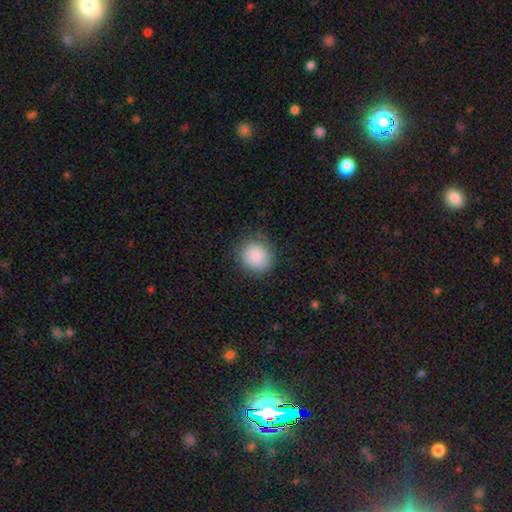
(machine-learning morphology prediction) smooth 87%, star or artifact 8%, featured or disk 5%. Down the decision tree: how rounded — round (86%); merging — none (83%).